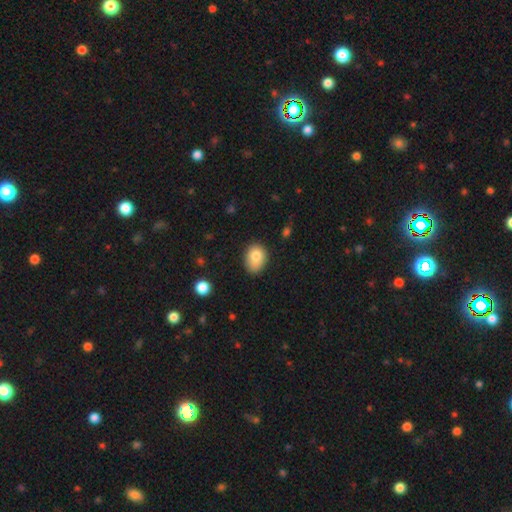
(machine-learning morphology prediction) smooth 82%, star or artifact 9%, featured or disk 9%. Down the decision tree: how rounded — in between (68%); merging — none (67%).